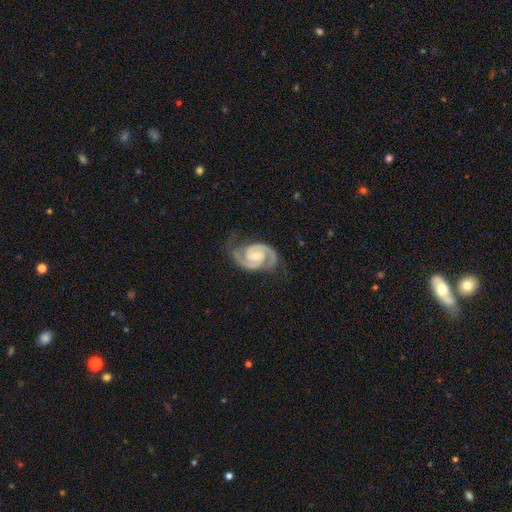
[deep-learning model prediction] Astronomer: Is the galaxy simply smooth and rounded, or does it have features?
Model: featured or disk — 94%.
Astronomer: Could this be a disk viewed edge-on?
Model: no — 98%.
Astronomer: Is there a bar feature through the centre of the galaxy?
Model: no — 43% (runner-up: weak, 42%).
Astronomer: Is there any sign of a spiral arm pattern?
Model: yes — 99%.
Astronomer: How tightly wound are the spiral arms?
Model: tight — 53% (runner-up: medium, 42%).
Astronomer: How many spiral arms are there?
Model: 2 — 94%.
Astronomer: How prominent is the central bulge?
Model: moderate — 55% (runner-up: small, 40%).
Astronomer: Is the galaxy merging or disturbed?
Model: none — 75%.